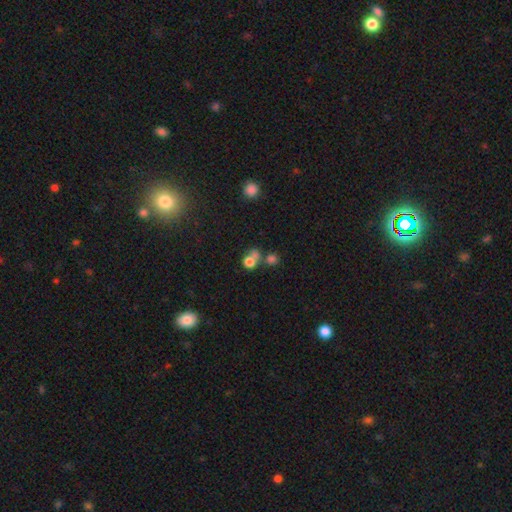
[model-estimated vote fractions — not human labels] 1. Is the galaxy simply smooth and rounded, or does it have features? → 52% star or artifact, 35% smooth, 13% featured or disk.